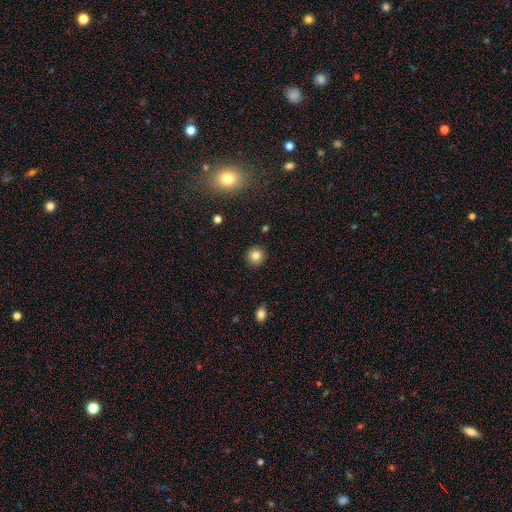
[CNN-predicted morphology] Smooth or featured? Predicted: smooth (p=0.82). How rounded? Predicted: round (p=0.93). Merging? Predicted: none (p=0.92).